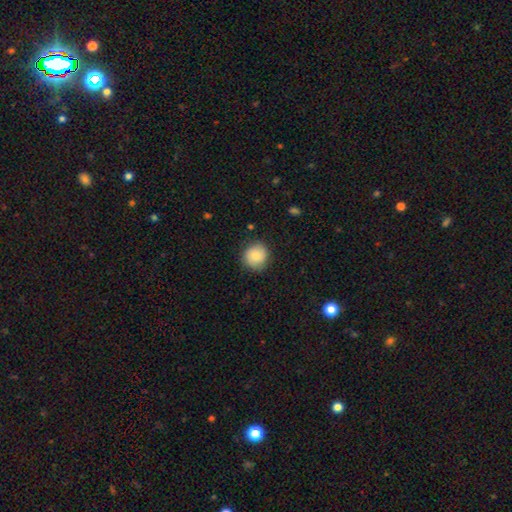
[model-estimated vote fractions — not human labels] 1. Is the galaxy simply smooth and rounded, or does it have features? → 81% smooth, 12% featured or disk, 7% star or artifact.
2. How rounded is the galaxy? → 88% round, 11% in between, 1% cigar-shaped.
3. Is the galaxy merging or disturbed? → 85% none, 12% minor disturbance, 3% major disturbance, 1% merger.